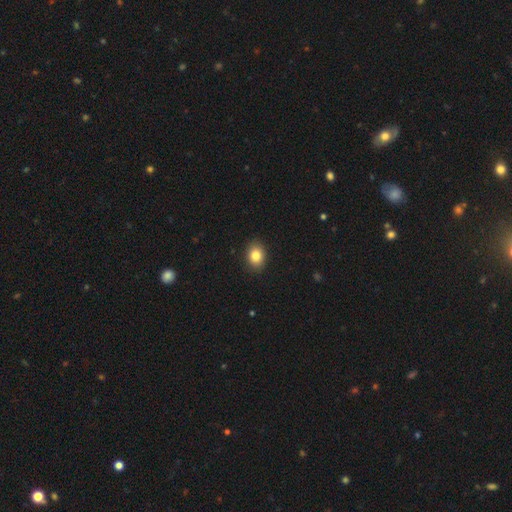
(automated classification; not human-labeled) Overall: smooth (84%). How rounded: in between (63%; round 36%). Merging: none (90%).